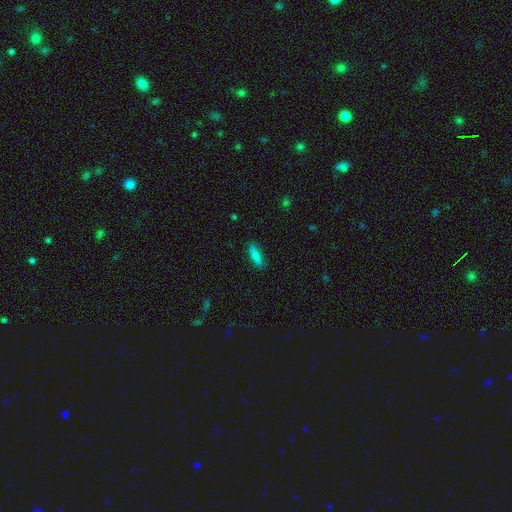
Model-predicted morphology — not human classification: Smooth or featured? Predicted: smooth (p=0.76). How rounded? Predicted: cigar-shaped (p=0.62). Merging? Predicted: none (p=0.86).